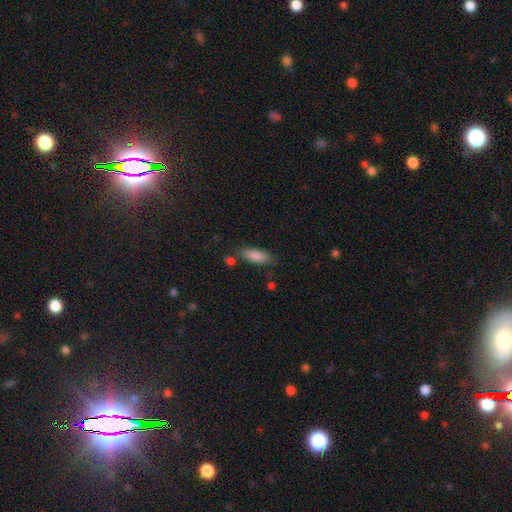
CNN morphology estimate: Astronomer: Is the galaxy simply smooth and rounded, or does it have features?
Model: smooth — 86%.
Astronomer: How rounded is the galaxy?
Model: in between — 70%.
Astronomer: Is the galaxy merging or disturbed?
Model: none — 75%.